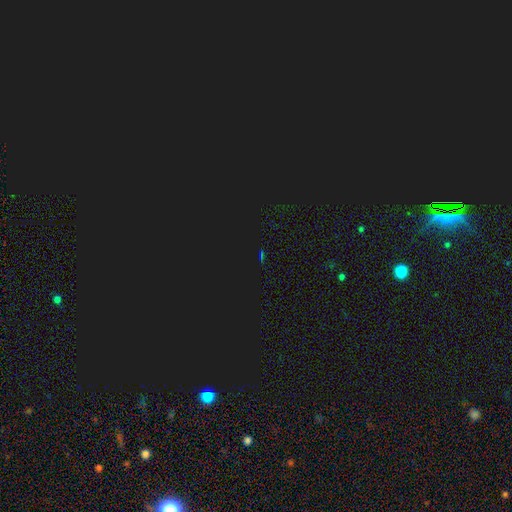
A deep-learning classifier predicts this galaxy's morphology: star or artifact 73%, smooth 19%, featured or disk 8%.